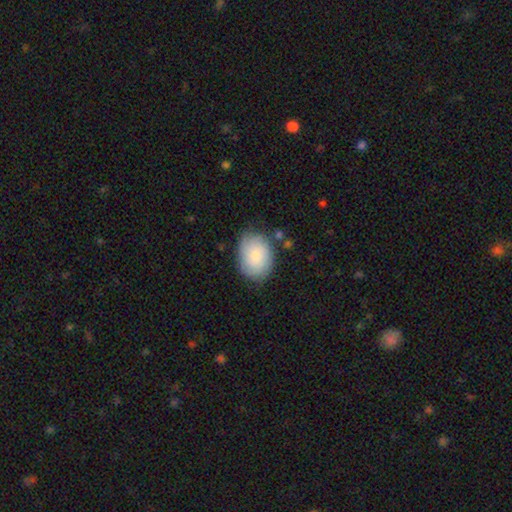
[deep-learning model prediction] Morphology: type=smooth (65%); roundness=in between (63%); merging=none (74%).